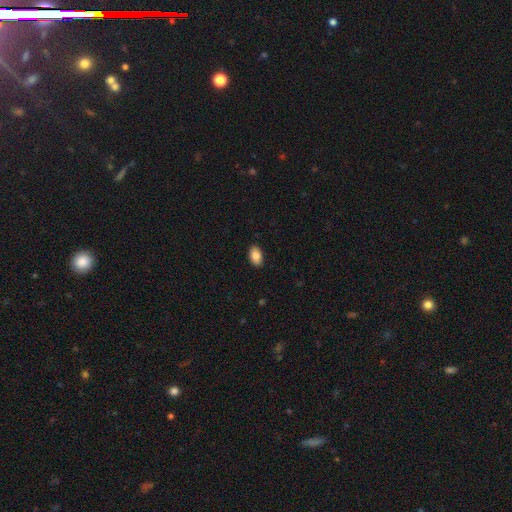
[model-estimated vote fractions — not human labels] smooth-or-featured: smooth: 85% | featured or disk: 8% | star or artifact: 7%
  how-rounded: in between: 92% | round: 7% | cigar-shaped: 1%
  merging: none: 89% | minor disturbance: 8% | major disturbance: 2% | merger: 1%